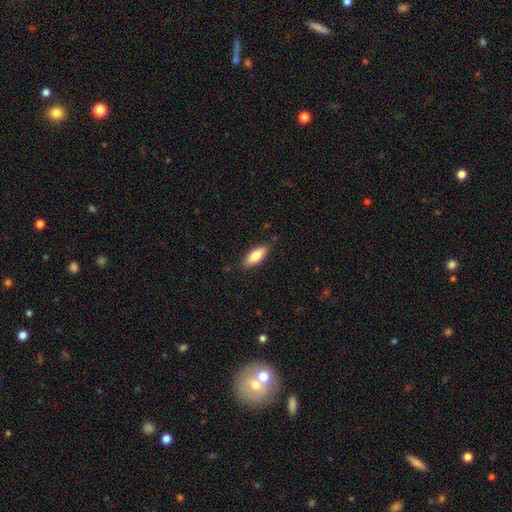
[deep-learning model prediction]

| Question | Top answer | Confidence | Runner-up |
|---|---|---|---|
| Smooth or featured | smooth | 78% | featured or disk (16%) |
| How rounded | in between | 73% | cigar-shaped (25%) |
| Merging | none | 84% | minor disturbance (12%) |